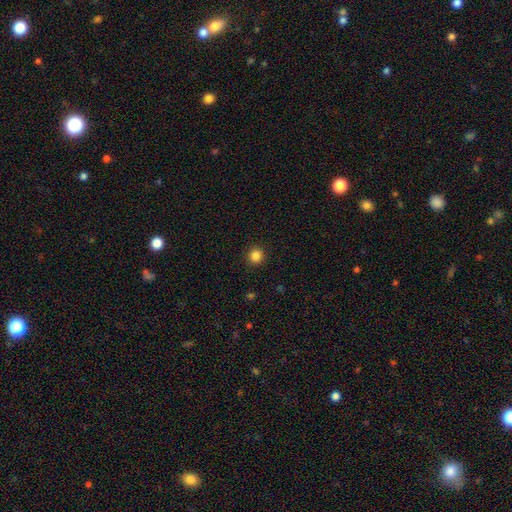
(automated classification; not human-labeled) This is clearly a smooth galaxy (85%). How rounded: clearly round (92%). Merging: clearly none (92%).